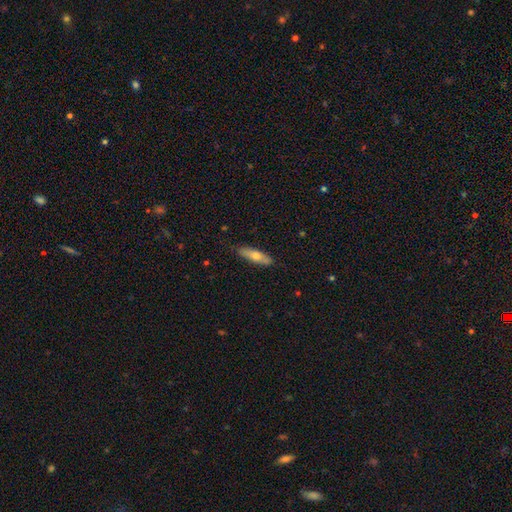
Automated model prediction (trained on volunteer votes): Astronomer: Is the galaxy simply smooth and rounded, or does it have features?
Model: smooth — 61%.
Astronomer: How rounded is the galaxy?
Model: cigar-shaped — 61% (runner-up: in between, 37%).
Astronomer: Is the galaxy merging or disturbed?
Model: none — 85%.